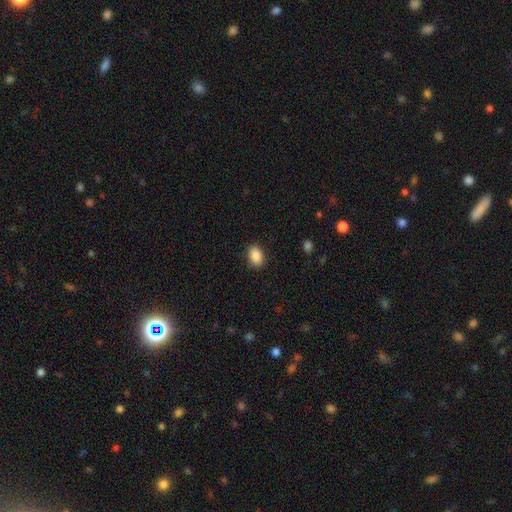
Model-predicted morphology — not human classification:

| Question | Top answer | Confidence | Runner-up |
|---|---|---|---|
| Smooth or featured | smooth | 87% | star or artifact (8%) |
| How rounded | in between | 81% | round (18%) |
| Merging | none | 88% | minor disturbance (8%) |